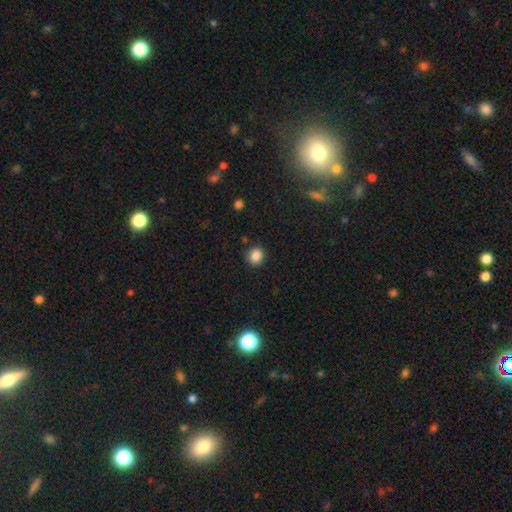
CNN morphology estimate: Smooth or featured? smooth (86%)
How rounded? round (74%)
Merging? none (86%)